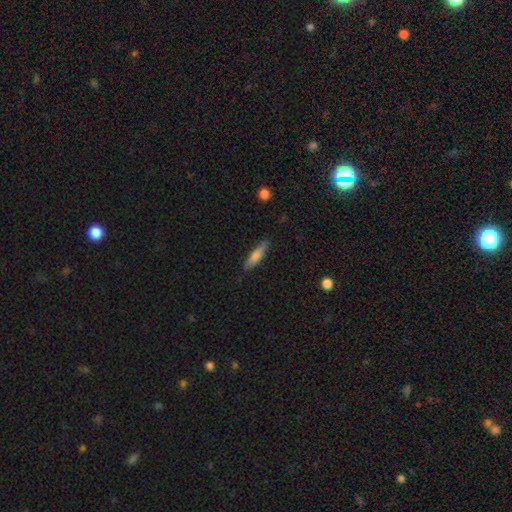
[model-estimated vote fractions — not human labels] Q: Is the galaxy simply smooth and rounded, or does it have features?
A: smooth — 72%.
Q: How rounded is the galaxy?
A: cigar-shaped — 77%.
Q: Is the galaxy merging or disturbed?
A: none — 84%.